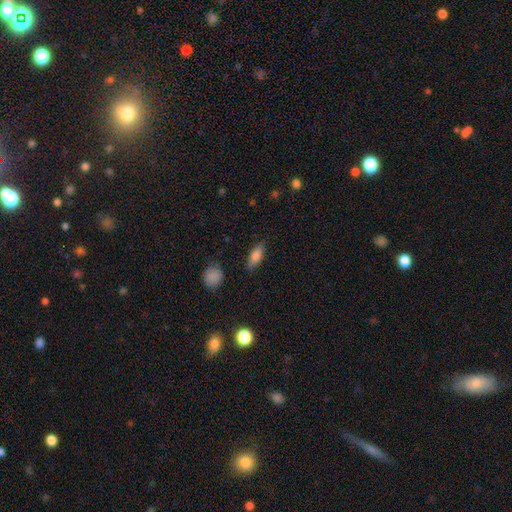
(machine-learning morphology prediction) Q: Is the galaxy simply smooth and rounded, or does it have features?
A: smooth — 75%.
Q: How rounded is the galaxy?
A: in between — 70%.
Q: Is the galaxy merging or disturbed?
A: none — 82%.